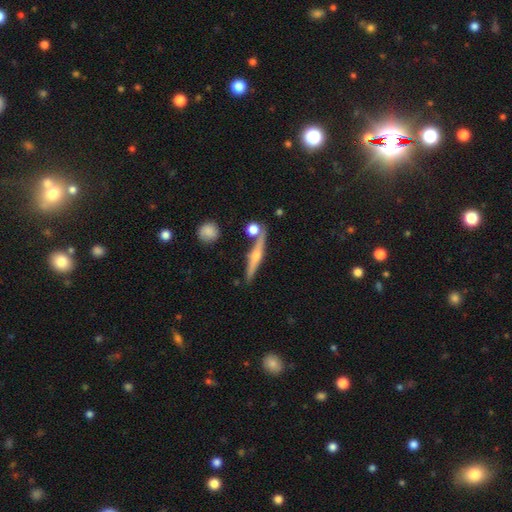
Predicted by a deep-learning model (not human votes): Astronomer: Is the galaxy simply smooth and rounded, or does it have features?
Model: featured or disk — 70%.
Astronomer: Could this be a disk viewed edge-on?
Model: yes — 97%.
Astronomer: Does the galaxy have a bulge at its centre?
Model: rounded — 89%.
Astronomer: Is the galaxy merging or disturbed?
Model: none — 81%.